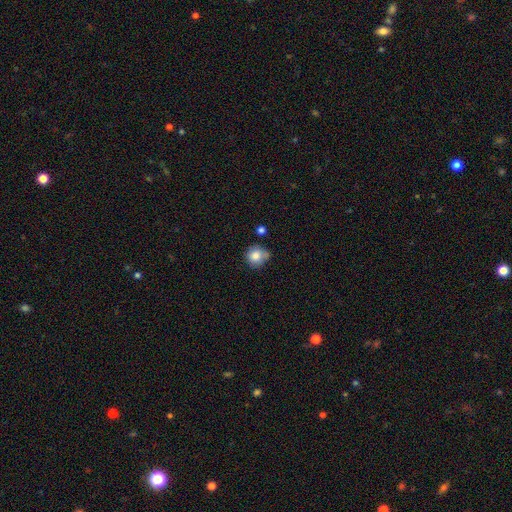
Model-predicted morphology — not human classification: type=smooth (82%); roundness=round (89%); merging=none (65%).